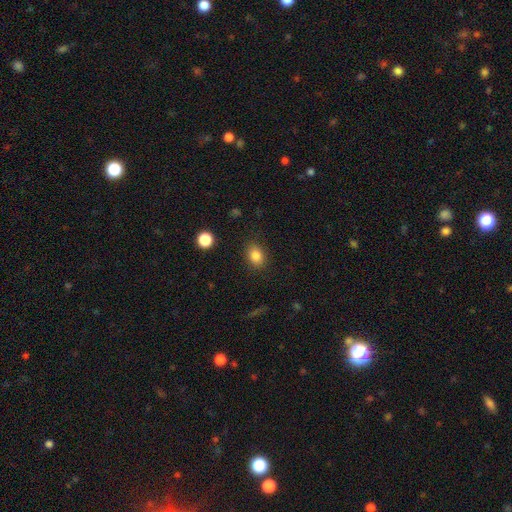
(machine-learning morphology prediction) type=smooth (84%); roundness=in between (64%); merging=none (85%).